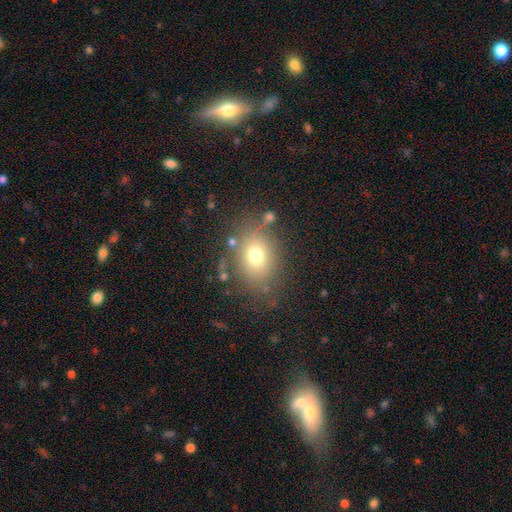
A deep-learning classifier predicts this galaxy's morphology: type=smooth (71%); roundness=in between (55%); merging=none (74%).